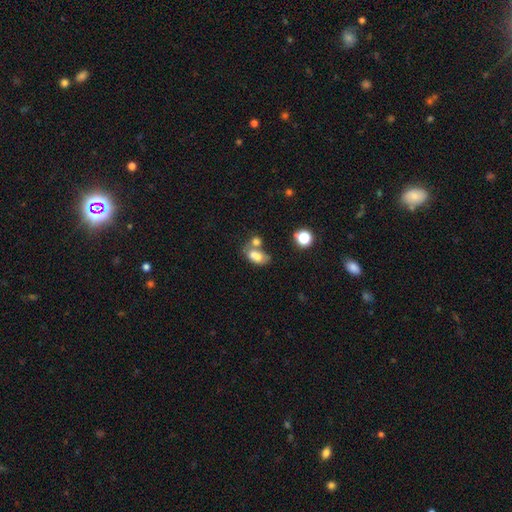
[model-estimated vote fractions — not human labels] Smooth or featured: smooth — 71% (featured or disk — 18%)
How rounded: in between — 85% (round — 12%)
Merging: merger — 52% (none — 26%)